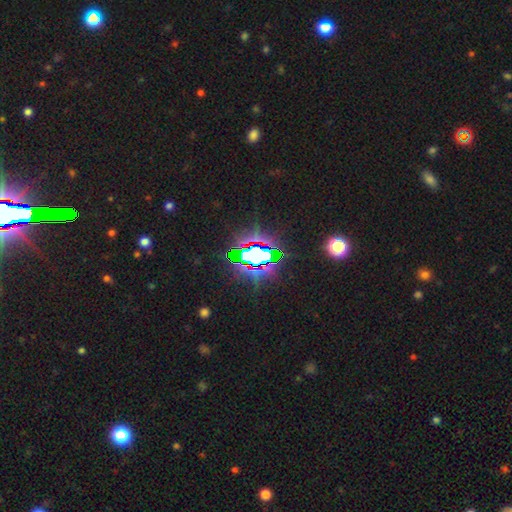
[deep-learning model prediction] Smooth or featured: star or artifact — 72% (smooth — 15%)